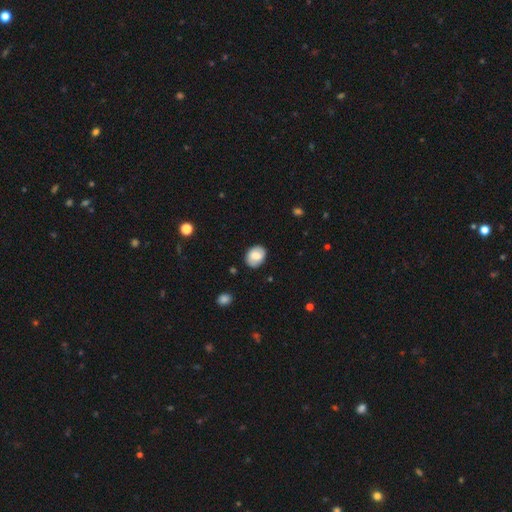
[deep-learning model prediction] Morphology: type=smooth (74%); roundness=in between (61%); merging=none (82%).